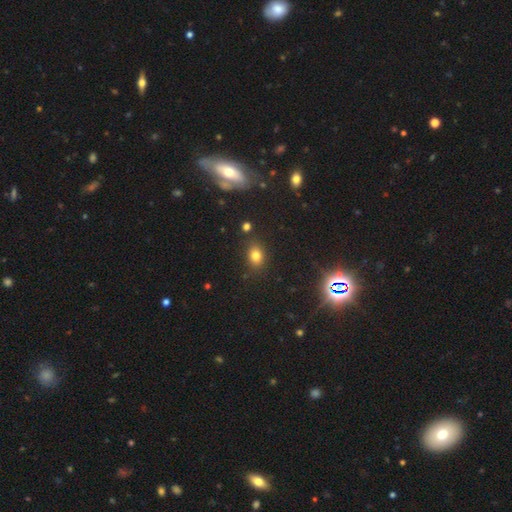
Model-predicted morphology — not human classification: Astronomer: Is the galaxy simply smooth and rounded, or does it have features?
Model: smooth — 76%.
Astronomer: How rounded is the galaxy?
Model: in between — 59% (runner-up: round, 40%).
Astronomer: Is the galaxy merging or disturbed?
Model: none — 82%.